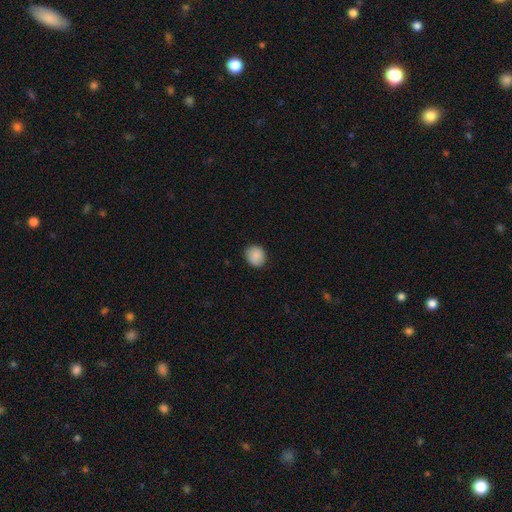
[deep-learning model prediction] Smooth or featured: smooth — 87% (star or artifact — 8%)
How rounded: round — 79% (in between — 20%)
Merging: none — 87% (minor disturbance — 10%)